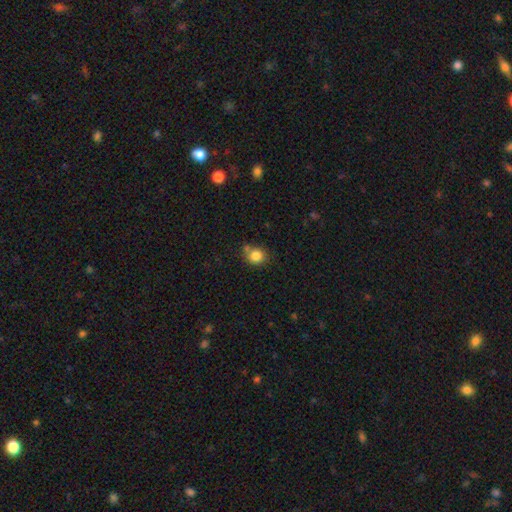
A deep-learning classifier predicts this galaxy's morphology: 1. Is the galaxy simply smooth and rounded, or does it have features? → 84% smooth, 10% star or artifact, 6% featured or disk.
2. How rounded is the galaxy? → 81% round, 18% in between, 1% cigar-shaped.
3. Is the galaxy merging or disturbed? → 66% none, 16% minor disturbance, 14% merger, 4% major disturbance.